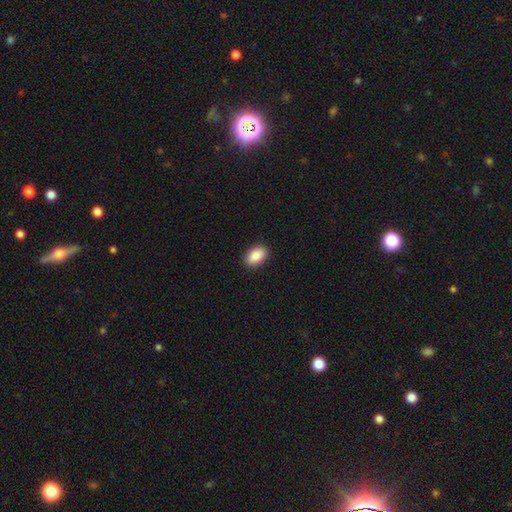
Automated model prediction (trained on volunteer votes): Overall: smooth (87%). How rounded: in between (90%). Merging: none (91%).